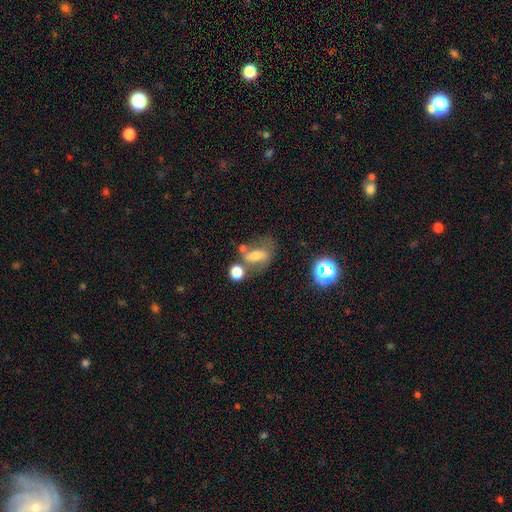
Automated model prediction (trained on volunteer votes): A smooth galaxy with no disk features (57%) that is in between round and cigar-shaped (73%). Merging: none (36%).